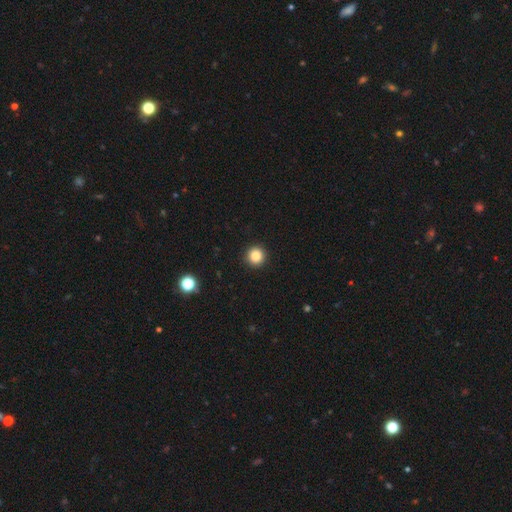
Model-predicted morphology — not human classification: smooth 85%, star or artifact 11%, featured or disk 4%. Down the decision tree: how rounded — round (95%); merging — none (93%).